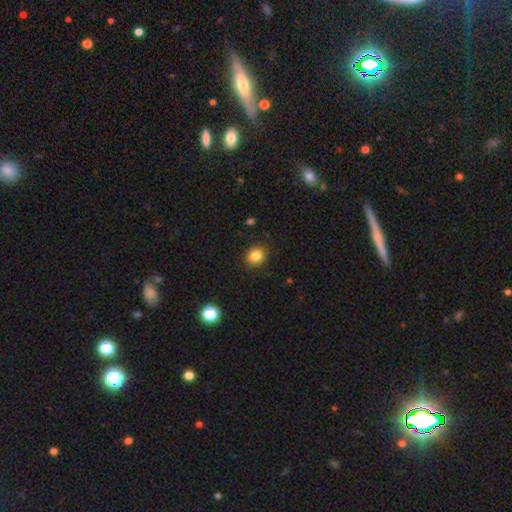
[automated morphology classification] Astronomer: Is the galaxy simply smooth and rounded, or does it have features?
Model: smooth — 85%.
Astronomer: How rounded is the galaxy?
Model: round — 63%.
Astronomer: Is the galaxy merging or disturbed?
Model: none — 87%.